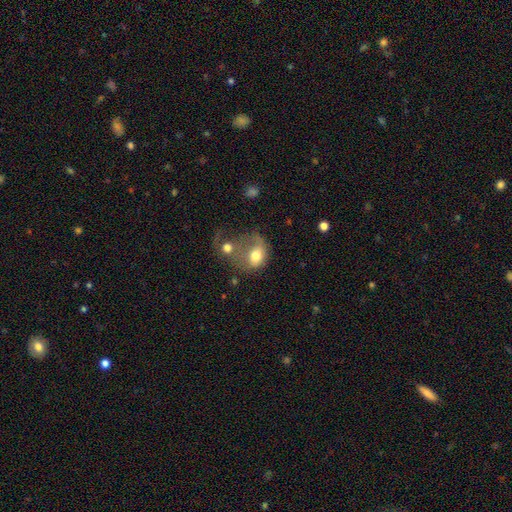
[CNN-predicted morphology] This is likely a smooth galaxy (68%). How rounded: possibly in between (57%). Merging: possibly merger (46%).